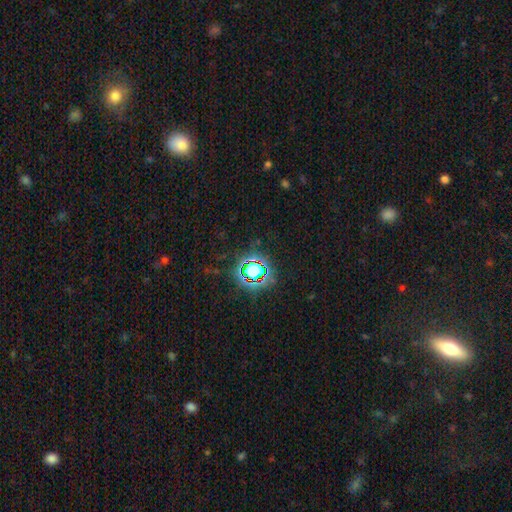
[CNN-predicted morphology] A star or artifact, not a galaxy (77%).

Vote fractions:
- Smooth or featured? star or artifact: 77% / smooth: 14% / featured or disk: 9%